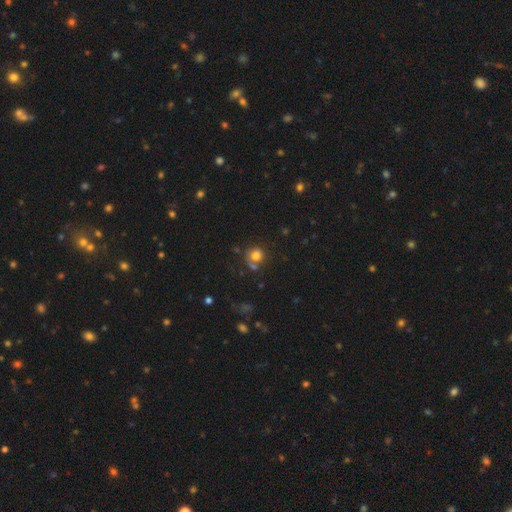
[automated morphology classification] The model was most divided on "merging": none: 57%, merger: 17%, minor disturbance: 17%, major disturbance: 9%. More confident: how rounded — round (82%); smooth or featured — smooth (76%).